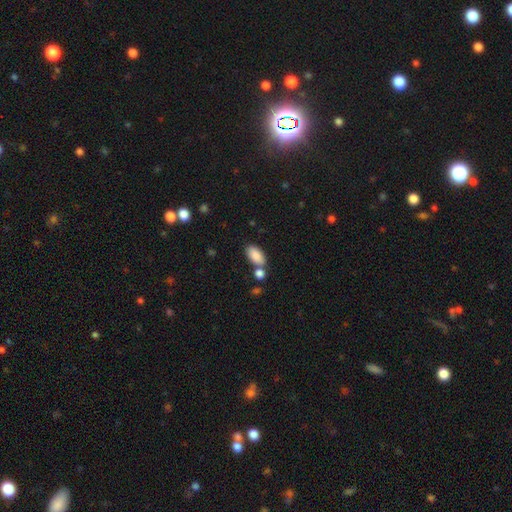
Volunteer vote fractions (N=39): This is clearly a smooth galaxy (90%). How rounded: clearly in between (86%). Merging: likely none (73%).